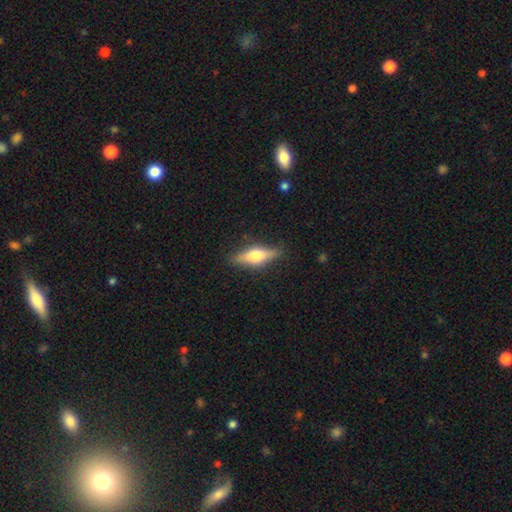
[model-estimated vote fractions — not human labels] The model was most divided on "smooth or featured": featured or disk: 48%, smooth: 45%, star or artifact: 7%. More confident: merging — none (84%).